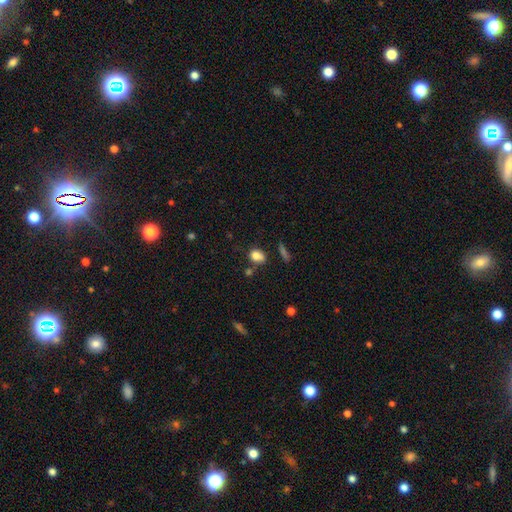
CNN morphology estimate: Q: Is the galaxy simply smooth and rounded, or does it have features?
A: smooth — 80%.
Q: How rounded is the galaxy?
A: in between — 56%.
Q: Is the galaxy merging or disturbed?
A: none — 59%.